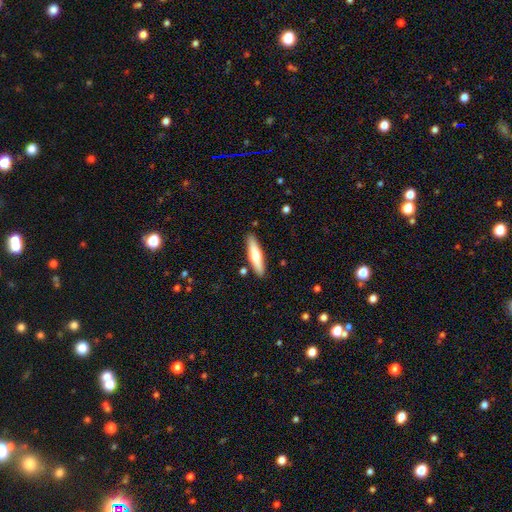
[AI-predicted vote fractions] Smooth or featured?
  - smooth: 58% *
  - featured or disk: 36%
  - star or artifact: 5%
How rounded?
  - cigar-shaped: 75% *
  - in between: 23%
  - round: 2%
Merging?
  - none: 87% *
  - minor disturbance: 9%
  - merger: 2%
  - major disturbance: 2%